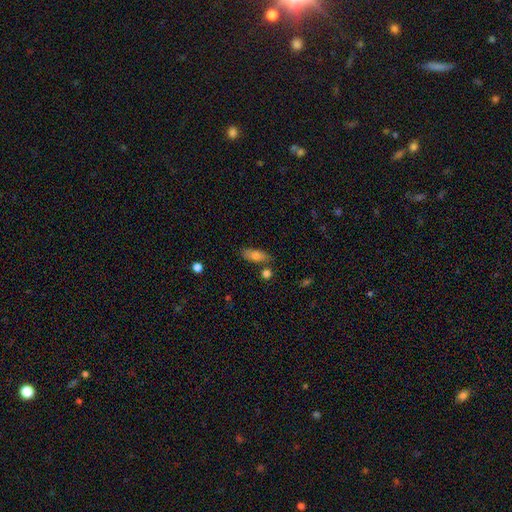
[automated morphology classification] smooth_or_featured: smooth (p=0.78) [alt: featured or disk p=0.14]
how_rounded: in between (p=0.78) [alt: cigar-shaped p=0.19]
merging: none (p=0.71) [alt: minor disturbance p=0.16]